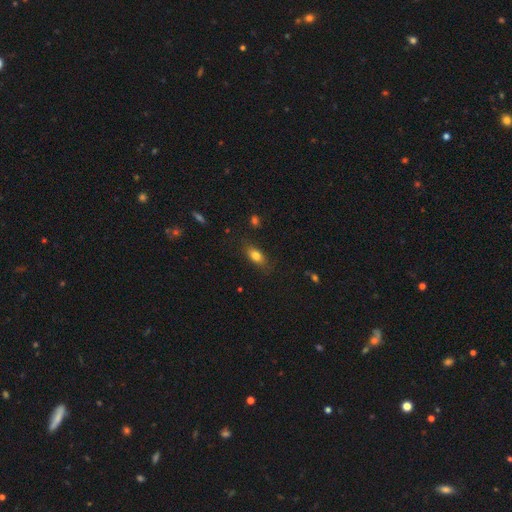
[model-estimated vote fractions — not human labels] A smooth galaxy with no disk features (78%) that is in between round and cigar-shaped (80%). Merging: none (80%).